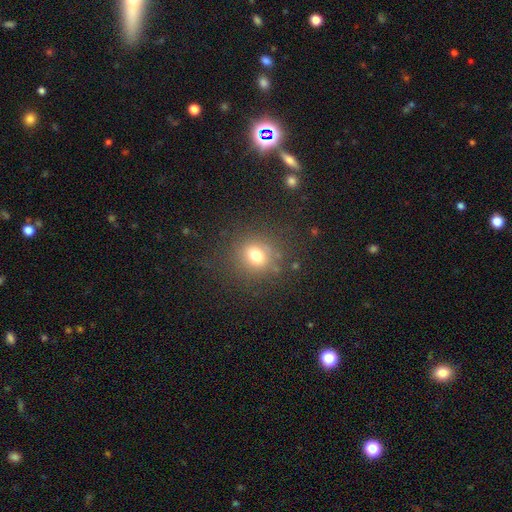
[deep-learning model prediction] Smooth or featured: smooth — 73% (star or artifact — 17%)
How rounded: round — 77% (in between — 22%)
Merging: none — 80% (minor disturbance — 11%)